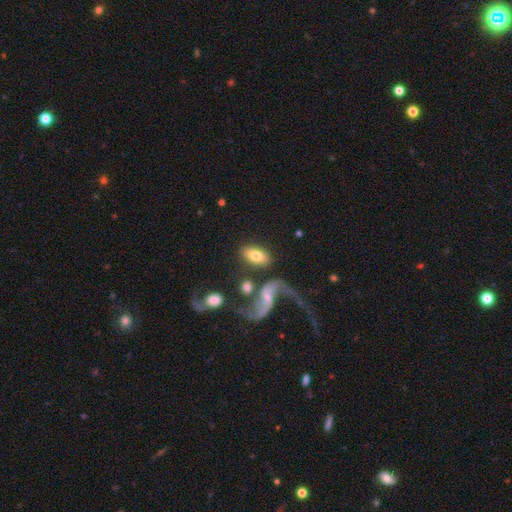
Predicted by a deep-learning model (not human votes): Smooth or featured? Predicted: smooth (p=0.71). How rounded? Predicted: in between (p=0.91). Merging? Predicted: none (p=0.65).